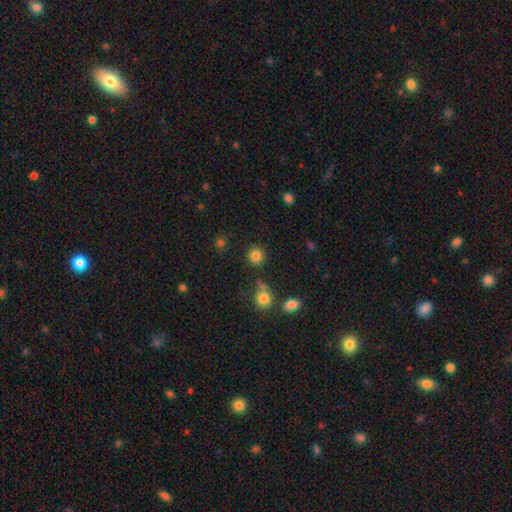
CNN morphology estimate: The model was most divided on "smooth or featured": smooth: 83%, star or artifact: 12%, featured or disk: 5%. More confident: how rounded — round (93%); merging — none (84%).